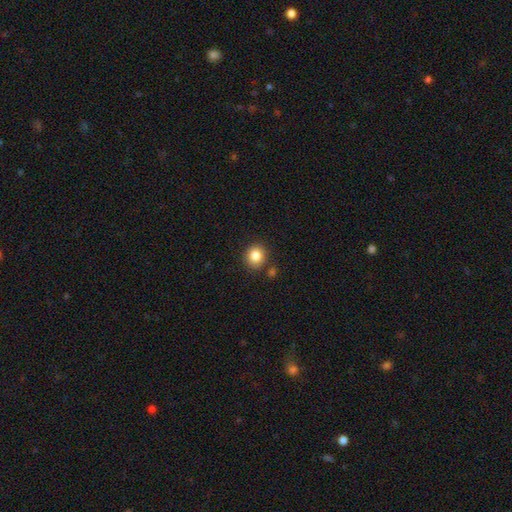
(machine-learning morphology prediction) smooth-or-featured: smooth: 85% | star or artifact: 10% | featured or disk: 5%
  how-rounded: round: 86% | in between: 13% | cigar-shaped: 1%
  merging: none: 84% | minor disturbance: 9% | merger: 5% | major disturbance: 2%